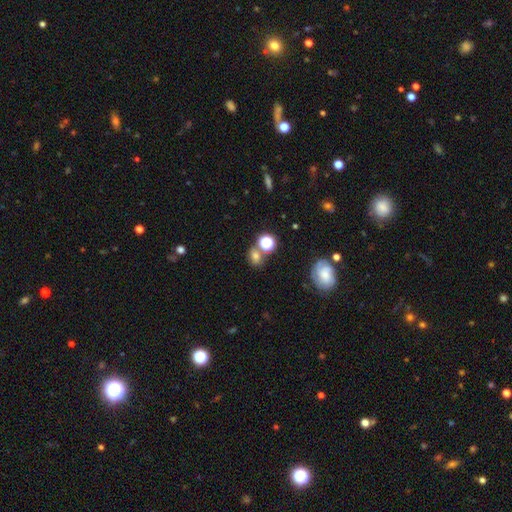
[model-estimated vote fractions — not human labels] A smooth galaxy with no disk features (63%) that is round (60%). Merging: none (61%).